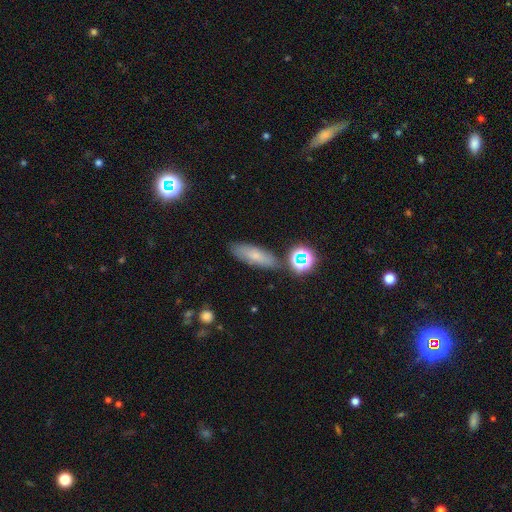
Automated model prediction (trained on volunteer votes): Smooth or featured? smooth (69%)
How rounded? in between (55%)
Merging? none (78%)